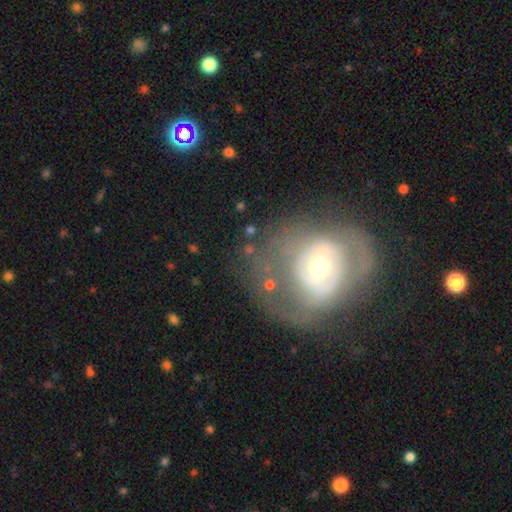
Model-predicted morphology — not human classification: A featured or disk galaxy (64%) with no bar (76%), no spiral arms (54%) and a moderate central bulge (50%). Merging: none (46%).